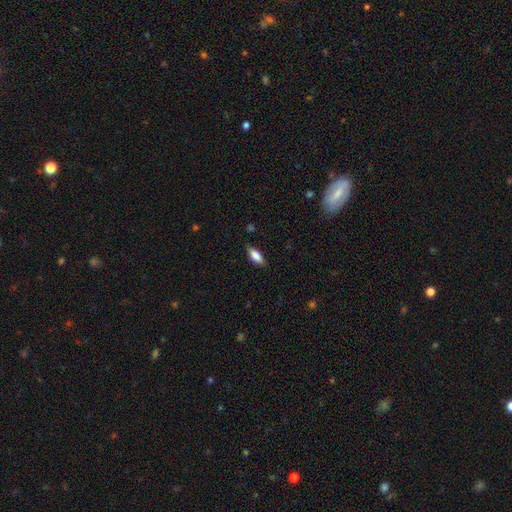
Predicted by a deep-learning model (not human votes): This appears to be a smooth galaxy with no disk features (83%) that is in between round and cigar-shaped (82%). Merging: none (83%).